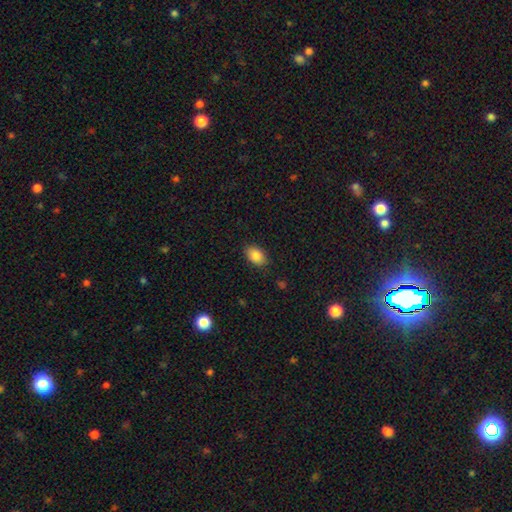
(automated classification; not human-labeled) Q: Smooth or featured?
A: smooth (86%); runner-up: star or artifact (8%)
Q: How rounded?
A: in between (87%); runner-up: round (12%)
Q: Merging?
A: none (86%); runner-up: minor disturbance (11%)